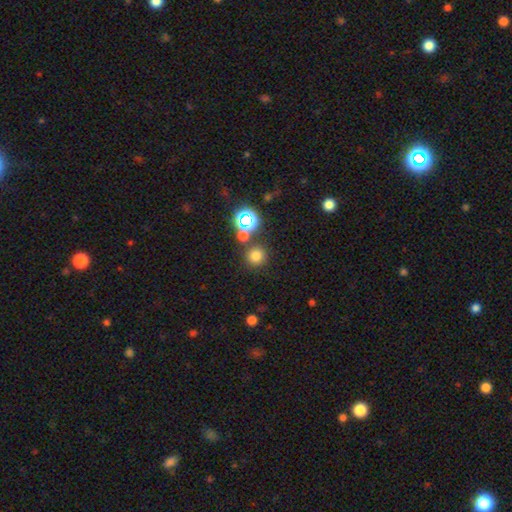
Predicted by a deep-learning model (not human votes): Smooth or featured?
  - smooth: 72% *
  - star or artifact: 22%
  - featured or disk: 6%
How rounded?
  - round: 93% *
  - in between: 6%
  - cigar-shaped: 1%
Merging?
  - none: 79% *
  - merger: 11%
  - minor disturbance: 7%
  - major disturbance: 3%